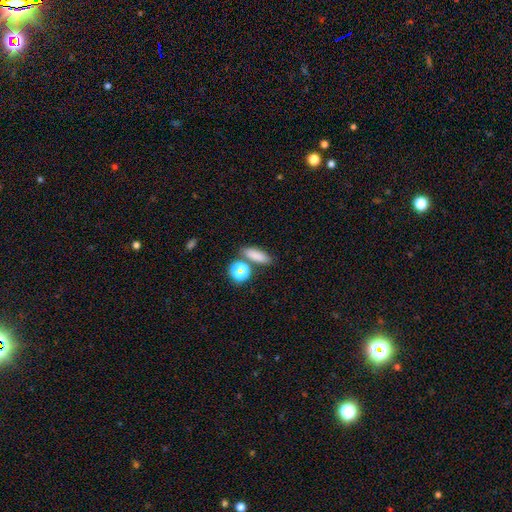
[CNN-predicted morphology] This is likely a smooth galaxy (79%). How rounded: possibly in between (52%). Merging: likely none (74%).